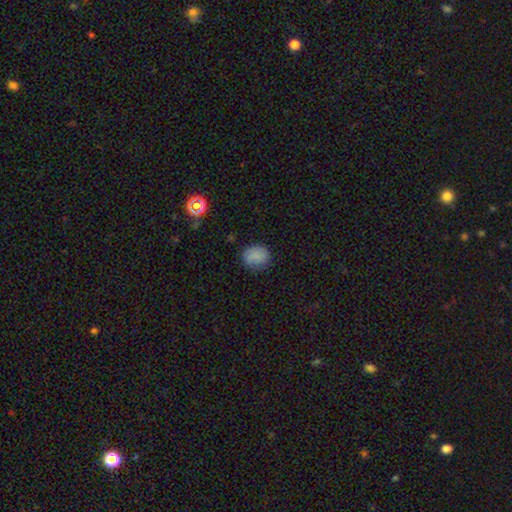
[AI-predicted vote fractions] Smooth or featured: smooth — 83% (star or artifact — 10%)
How rounded: round — 69% (in between — 30%)
Merging: none — 81% (minor disturbance — 14%)